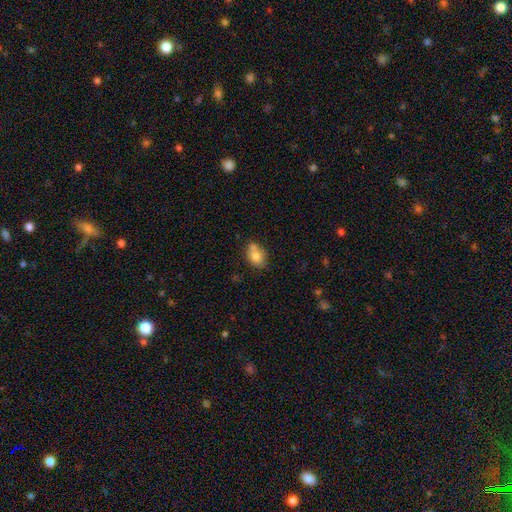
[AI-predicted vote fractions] smooth 77%, featured or disk 14%, star or artifact 9%. Down the decision tree: how rounded — in between (76%); merging — none (57%).